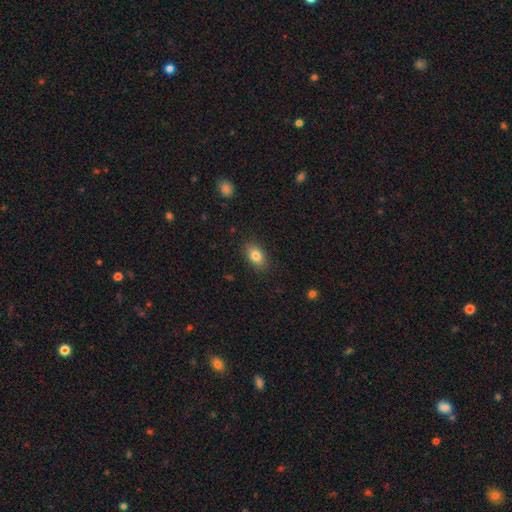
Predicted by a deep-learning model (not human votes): Morphology: type=smooth (83%); roundness=in between (88%); merging=none (87%).